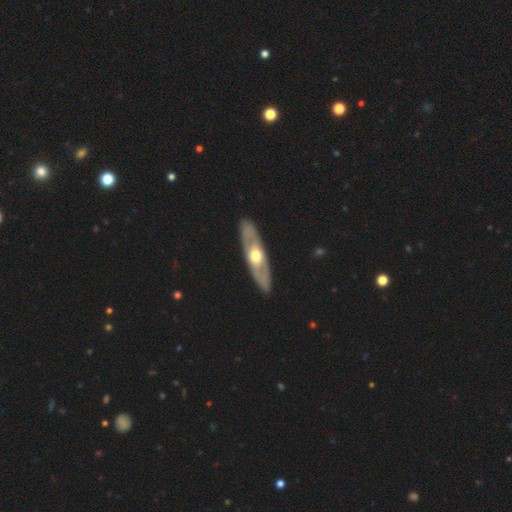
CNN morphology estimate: This appears to be a featured or disk galaxy (64%). Merging: none (89%).